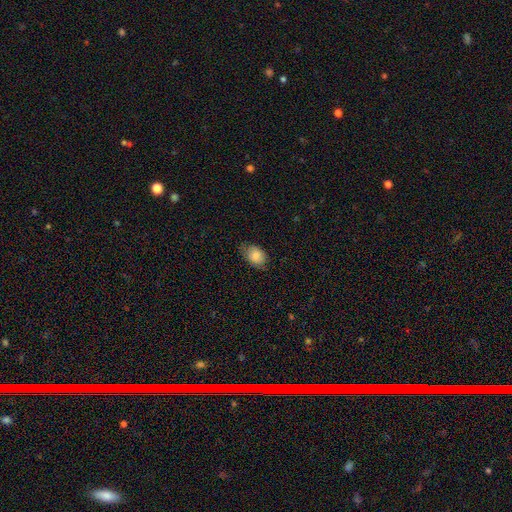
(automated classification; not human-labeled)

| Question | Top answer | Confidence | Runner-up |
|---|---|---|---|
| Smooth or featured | smooth | 83% | featured or disk (10%) |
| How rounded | in between | 77% | round (21%) |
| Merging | none | 67% | minor disturbance (26%) |